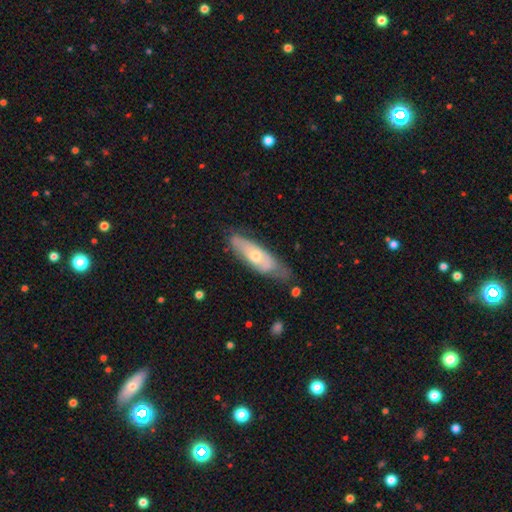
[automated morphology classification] Smooth or featured? Predicted: featured or disk (p=0.48). Merging? Predicted: none (p=0.59).